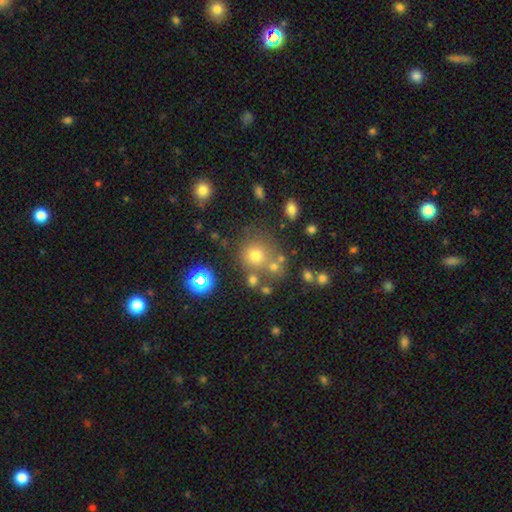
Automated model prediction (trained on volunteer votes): smooth 67%, star or artifact 22%, featured or disk 11%. Down the decision tree: how rounded — round (89%); merging — none (67%).